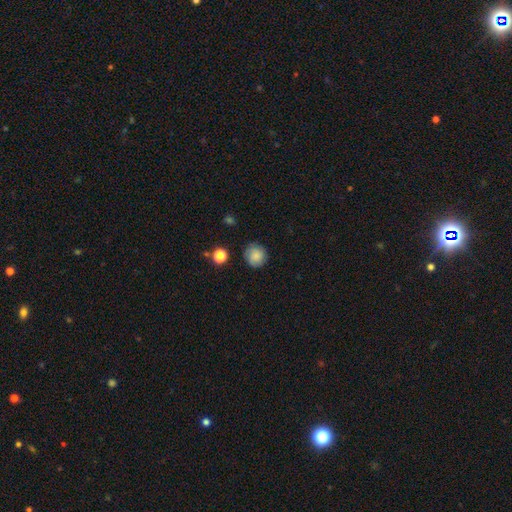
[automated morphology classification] Q: Smooth or featured?
A: smooth (79%); runner-up: featured or disk (11%)
Q: How rounded?
A: round (89%); runner-up: in between (10%)
Q: Merging?
A: none (81%); runner-up: minor disturbance (13%)